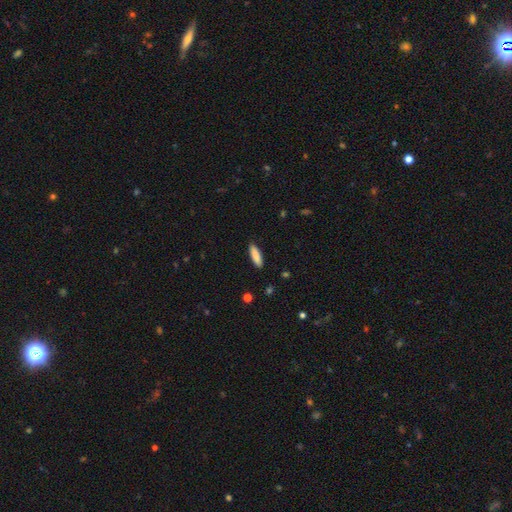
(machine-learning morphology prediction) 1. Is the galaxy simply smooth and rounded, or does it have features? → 87% smooth, 7% featured or disk, 6% star or artifact.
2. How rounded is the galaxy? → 58% cigar-shaped, 40% in between, 1% round.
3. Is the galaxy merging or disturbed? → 89% none, 8% minor disturbance, 2% major disturbance, 1% merger.